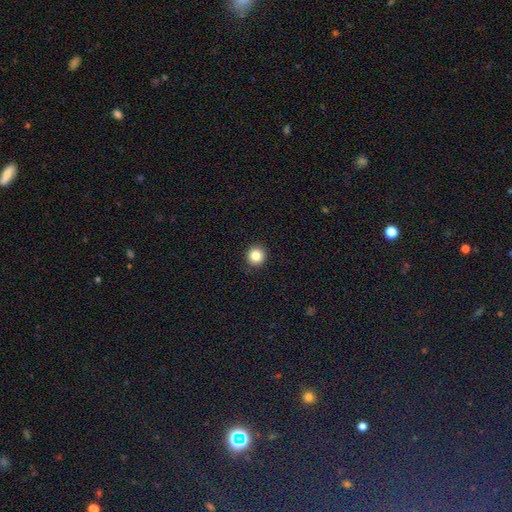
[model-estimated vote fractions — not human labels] This appears to be a smooth galaxy with no disk features (85%) that is round (94%). Merging: none (92%).